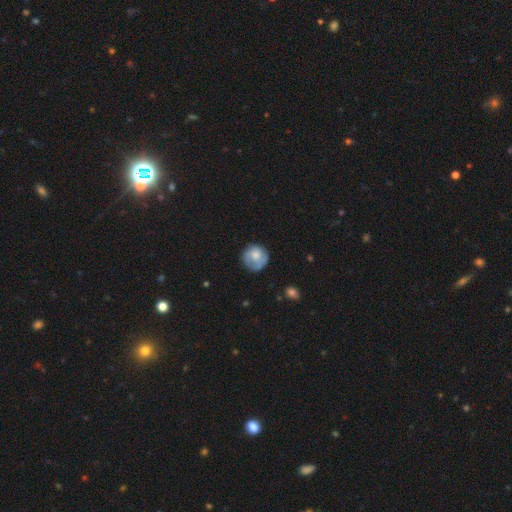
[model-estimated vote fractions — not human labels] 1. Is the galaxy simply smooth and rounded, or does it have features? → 62% smooth, 31% featured or disk, 7% star or artifact.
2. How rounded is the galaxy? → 88% round, 11% in between, 1% cigar-shaped.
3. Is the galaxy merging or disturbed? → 64% none, 24% minor disturbance, 9% major disturbance, 2% merger.